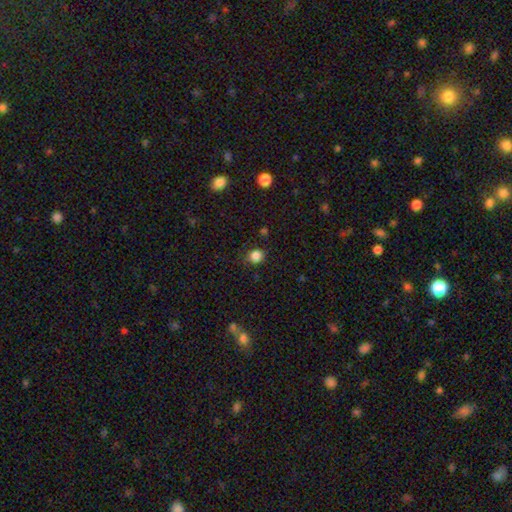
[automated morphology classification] Smooth or featured: smooth — 84% (star or artifact — 12%)
How rounded: round — 84% (in between — 15%)
Merging: none — 83% (minor disturbance — 12%)